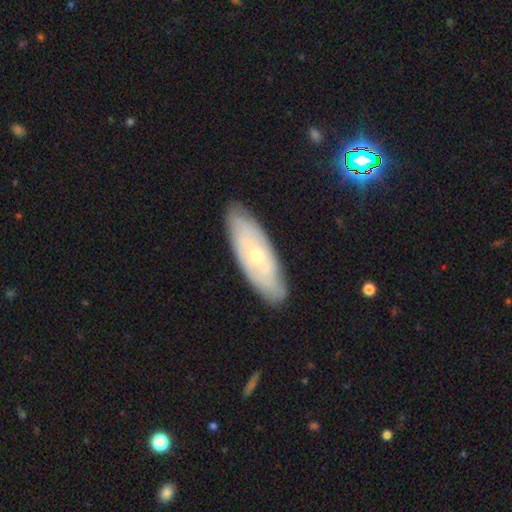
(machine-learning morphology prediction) Q: Smooth or featured?
A: featured or disk (60%); runner-up: smooth (34%)
Q: Edge-on disk?
A: no (79%); runner-up: yes (21%)
Q: Merging?
A: none (82%); runner-up: minor disturbance (14%)